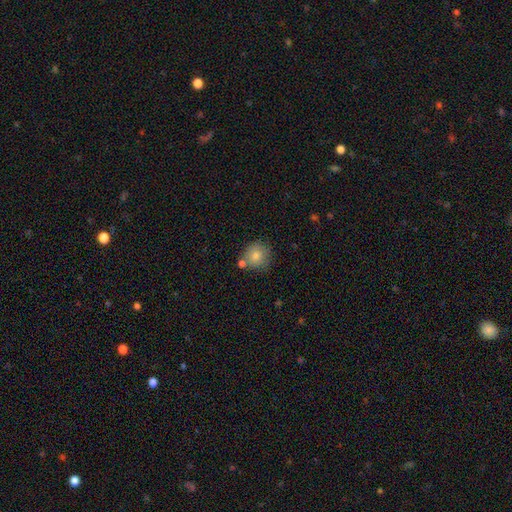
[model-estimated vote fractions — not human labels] A smooth galaxy with no disk features (79%) that is round (89%).

Vote fractions:
- Smooth or featured? smooth: 79% / featured or disk: 12% / star or artifact: 8%
- How rounded? round: 89% / in between: 11% / cigar-shaped: 1%
- Merging? none: 64% / merger: 17% / minor disturbance: 14% / major disturbance: 4%